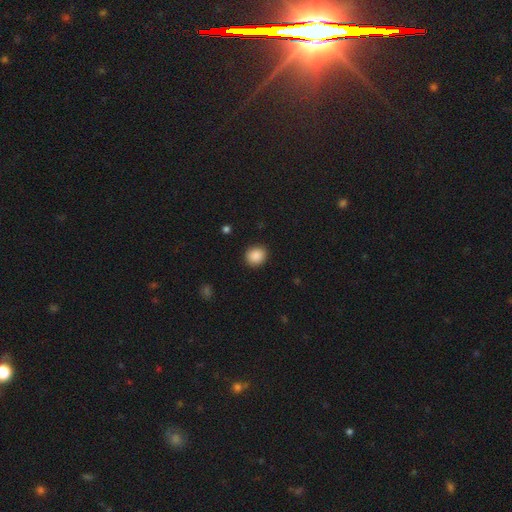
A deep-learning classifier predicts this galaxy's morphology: Smooth or featured? Predicted: smooth (p=0.89). How rounded? Predicted: round (p=0.76). Merging? Predicted: none (p=0.90).